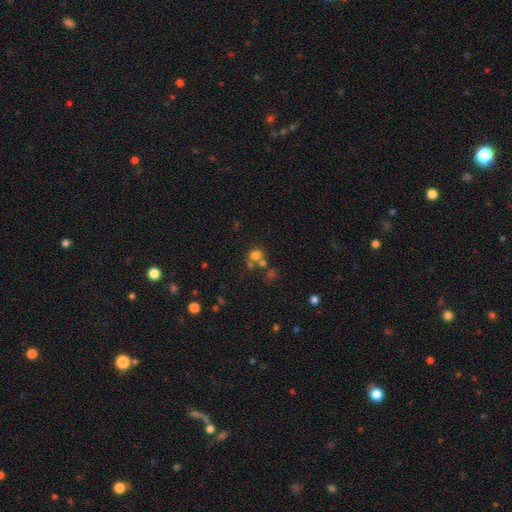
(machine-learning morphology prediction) Smooth or featured: smooth — 70% (star or artifact — 18%)
How rounded: round — 86% (in between — 13%)
Merging: none — 52% (merger — 36%)